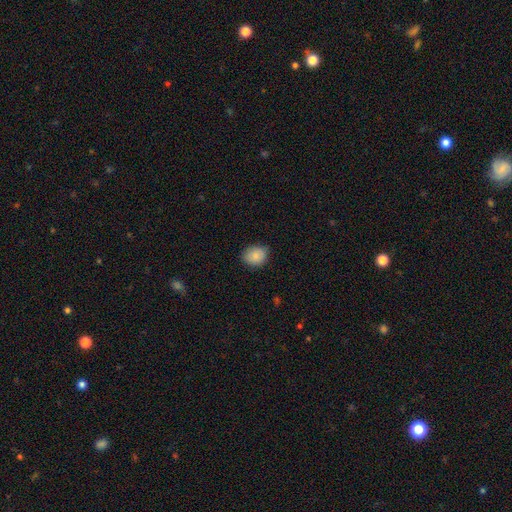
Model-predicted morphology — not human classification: Q: Smooth or featured?
A: smooth (86%); runner-up: star or artifact (8%)
Q: How rounded?
A: round (54%); runner-up: in between (45%)
Q: Merging?
A: none (78%); runner-up: minor disturbance (18%)